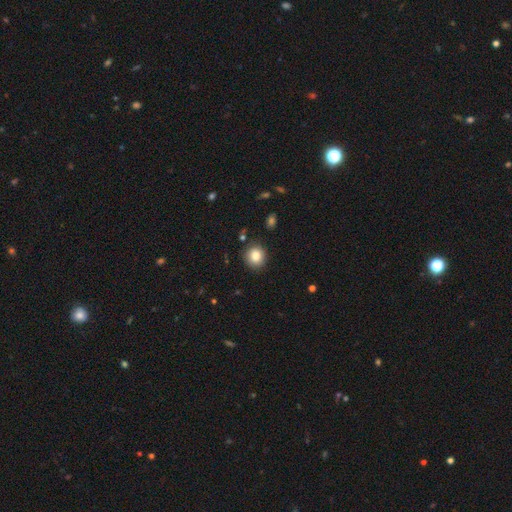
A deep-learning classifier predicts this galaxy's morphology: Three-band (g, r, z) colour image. It shows a smooth galaxy with no disk features (83%) that is round (86%). Merging: none (89%).